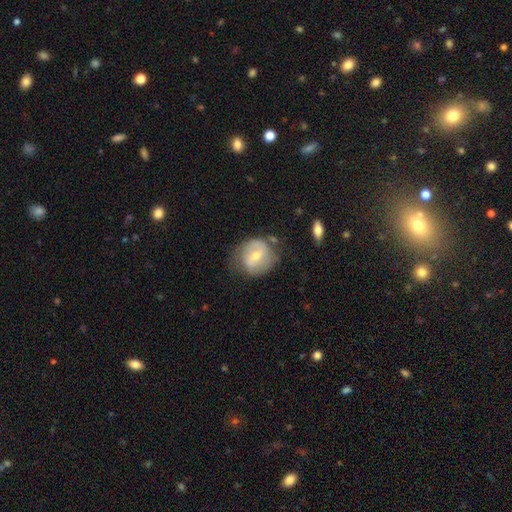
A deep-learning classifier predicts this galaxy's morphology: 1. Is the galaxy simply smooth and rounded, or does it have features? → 49% featured or disk, 44% smooth, 7% star or artifact.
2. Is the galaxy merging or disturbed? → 60% none, 25% minor disturbance, 10% major disturbance, 5% merger.